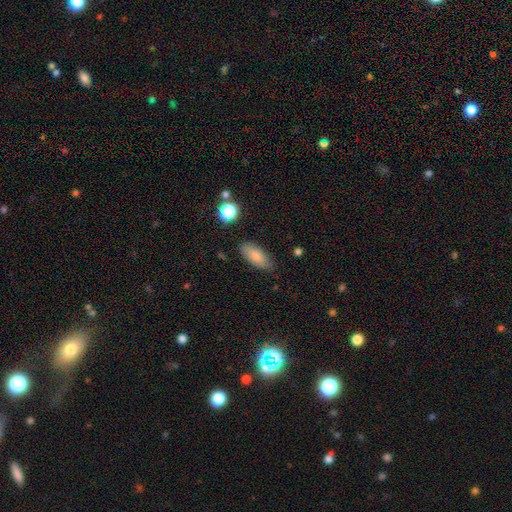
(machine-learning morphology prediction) This appears to be a smooth galaxy with no disk features (83%) that is in between round and cigar-shaped (84%). Merging: none (82%).